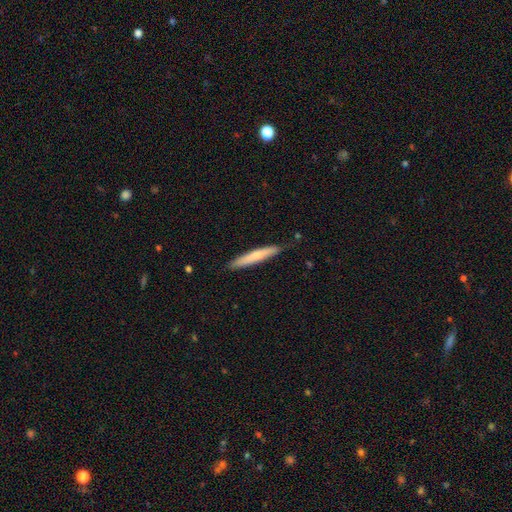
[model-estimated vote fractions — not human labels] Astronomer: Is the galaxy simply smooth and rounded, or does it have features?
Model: smooth — 66%.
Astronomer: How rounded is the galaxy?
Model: cigar-shaped — 94%.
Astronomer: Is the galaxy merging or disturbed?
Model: none — 84%.